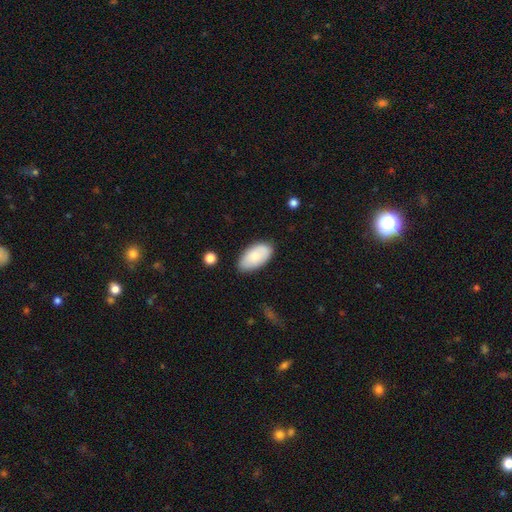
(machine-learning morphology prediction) A smooth galaxy with no disk features (79%) that is in between round and cigar-shaped (95%). Merging: none (78%).